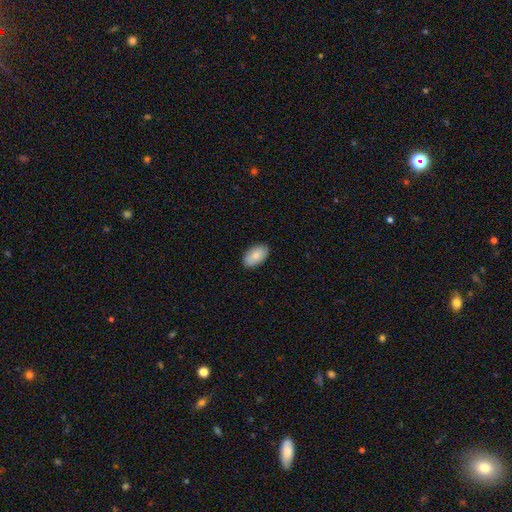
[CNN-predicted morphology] Smooth or featured: smooth — 84% (featured or disk — 10%)
How rounded: in between — 94% (round — 4%)
Merging: none — 88% (minor disturbance — 10%)